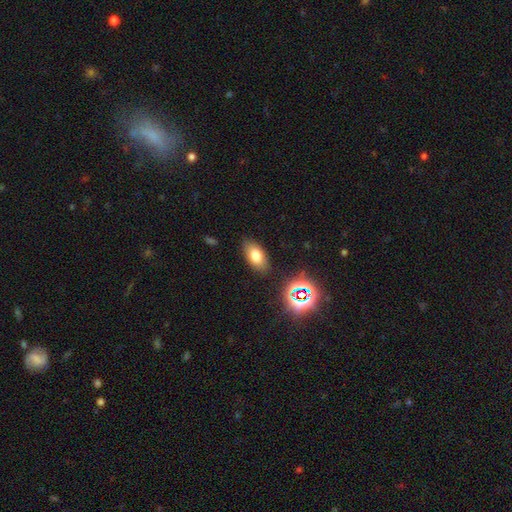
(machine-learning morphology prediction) A smooth galaxy with no disk features (75%) that is in between round and cigar-shaped (91%). Merging: none (84%).